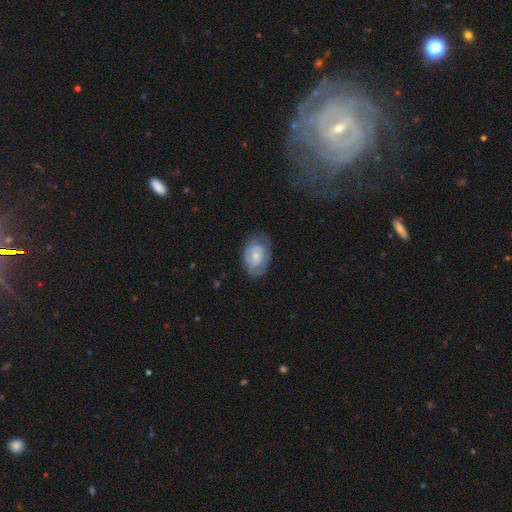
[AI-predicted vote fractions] A featured or disk galaxy (52%) with no bar (74%), spiral arms (65%) and a small central bulge (50%).

Vote fractions:
- Smooth or featured? featured or disk: 52% / smooth: 42% / star or artifact: 6%
- Edge-on disk? no: 96% / yes: 4%
- Bar? no: 74% / weak: 22% / strong: 3%
- Spiral arms? yes: 65% / no: 35%
- Bulge size? small: 50% / moderate: 35% / none: 9% / large: 5% / dominant: 1%
- Merging? none: 57% / minor disturbance: 29% / major disturbance: 13% / merger: 1%